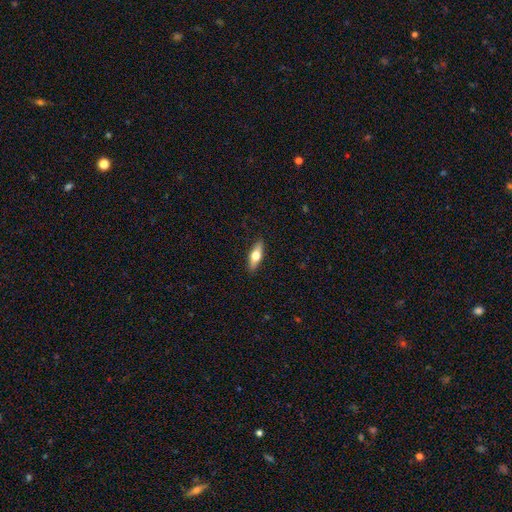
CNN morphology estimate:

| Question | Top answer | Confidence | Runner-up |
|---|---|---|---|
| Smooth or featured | smooth | 56% | featured or disk (38%) |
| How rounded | in between | 52% | cigar-shaped (44%) |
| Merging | none | 89% | minor disturbance (8%) |